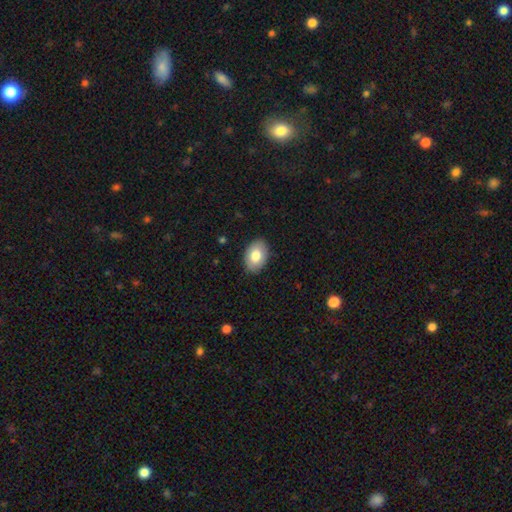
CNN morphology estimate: A smooth galaxy with no disk features (79%) that is in between round and cigar-shaped (88%). Merging: none (88%).